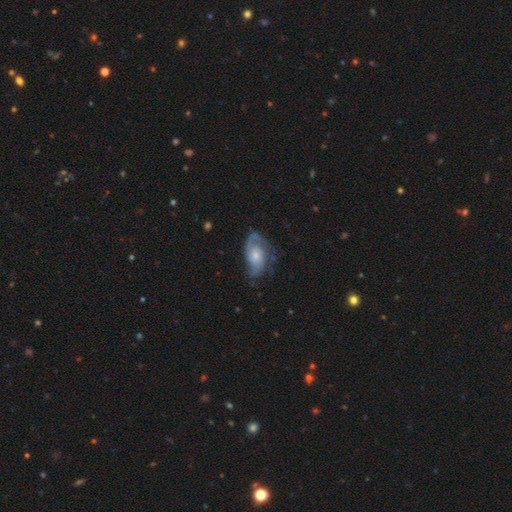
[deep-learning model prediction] smooth-or-featured: featured or disk: 79% | smooth: 16% | star or artifact: 5%
  disk-edge-on: no: 97% | yes: 3%
    bar: no: 72% | weak: 24% | strong: 4%
    has-spiral-arms: yes: 93% | no: 7%
      spiral-winding: medium: 44% | tight: 33% | loose: 23%
      spiral-arm-count: 2: 62% | can't tell: 14% | 1: 11% | 3: 8% | 4: 2% | more than 4: 2%
    bulge-size: small: 50% | moderate: 38% | large: 6% | none: 5% | dominant: 1%
  merging: none: 61% | minor disturbance: 23% | major disturbance: 15% | merger: 2%